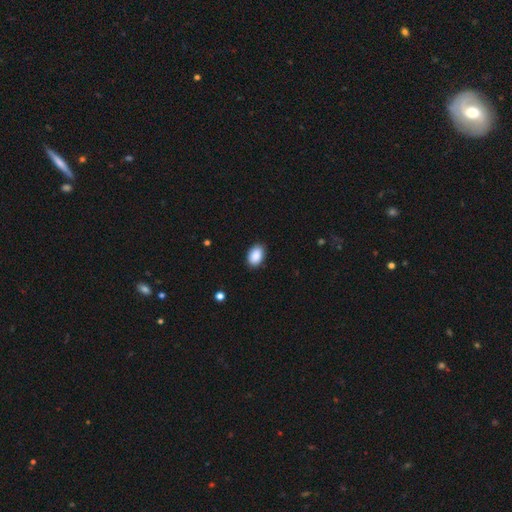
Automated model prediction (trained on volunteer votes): A smooth galaxy with no disk features (90%) that is in between round and cigar-shaped (89%).

Vote fractions:
- Smooth or featured? smooth: 90% / star or artifact: 7% / featured or disk: 3%
- How rounded? in between: 89% / round: 10% / cigar-shaped: 1%
- Merging? none: 87% / minor disturbance: 10% / major disturbance: 2% / merger: 1%